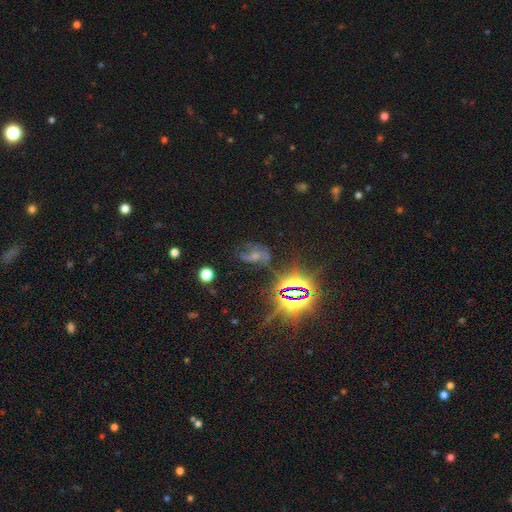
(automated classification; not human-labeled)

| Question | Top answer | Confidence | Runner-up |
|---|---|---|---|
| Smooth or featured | featured or disk | 45% | star or artifact (35%) |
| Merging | none | 49% | minor disturbance (23%) |